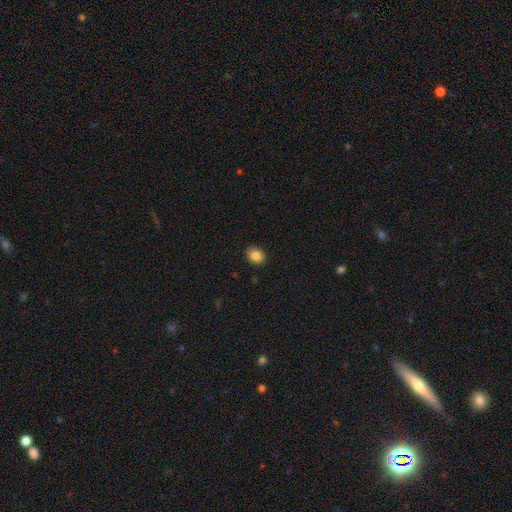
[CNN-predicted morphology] This is clearly a smooth galaxy (86%). How rounded: possibly round (54%). Merging: clearly none (88%).